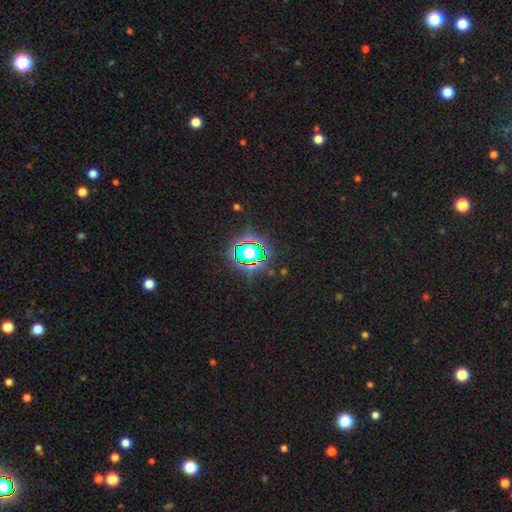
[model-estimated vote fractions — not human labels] The model was most divided on "smooth or featured": star or artifact: 69%, smooth: 20%, featured or disk: 12%.